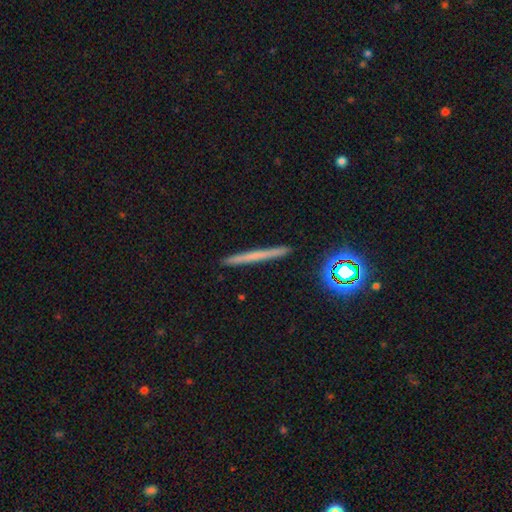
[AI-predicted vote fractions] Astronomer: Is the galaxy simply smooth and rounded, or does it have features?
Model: smooth — 48% (runner-up: featured or disk, 39%).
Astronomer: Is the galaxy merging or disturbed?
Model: none — 92%.